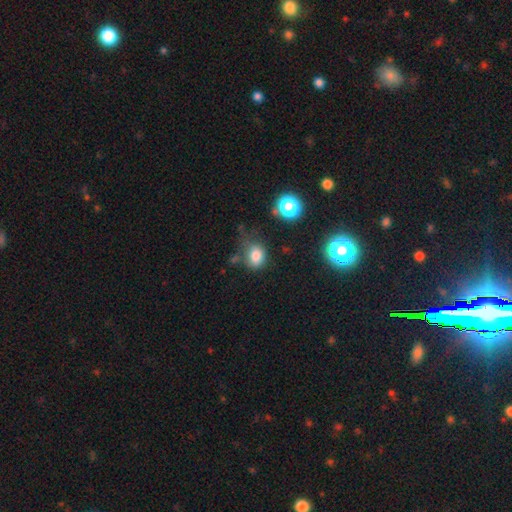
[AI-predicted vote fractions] smooth 78%, star or artifact 14%, featured or disk 8%. Down the decision tree: how rounded — round (50%); merging — none (54%).